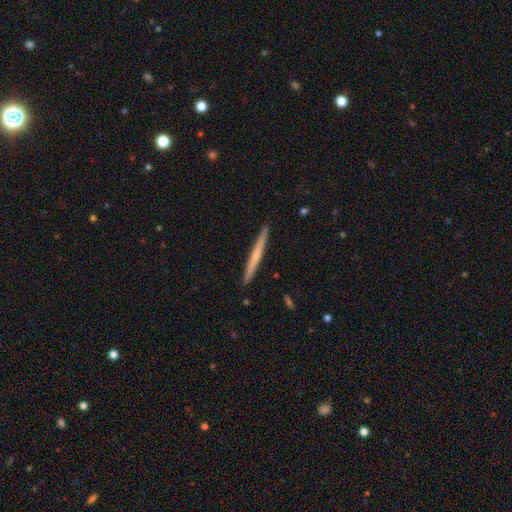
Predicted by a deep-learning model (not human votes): A smooth galaxy with no disk features (48%).

Vote fractions:
- Smooth or featured? smooth: 48% / featured or disk: 46% / star or artifact: 5%
- Merging? none: 93% / minor disturbance: 5% / major disturbance: 1% / merger: 1%